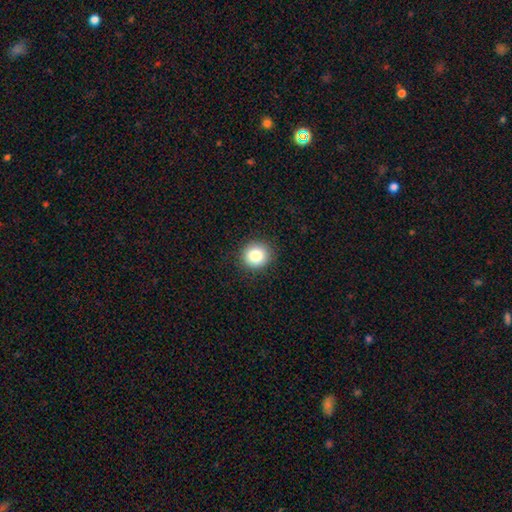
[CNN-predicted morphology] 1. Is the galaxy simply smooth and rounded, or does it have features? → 83% smooth, 10% star or artifact, 7% featured or disk.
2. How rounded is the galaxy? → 91% round, 8% in between, 1% cigar-shaped.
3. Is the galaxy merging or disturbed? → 91% none, 6% minor disturbance, 2% major disturbance, 1% merger.